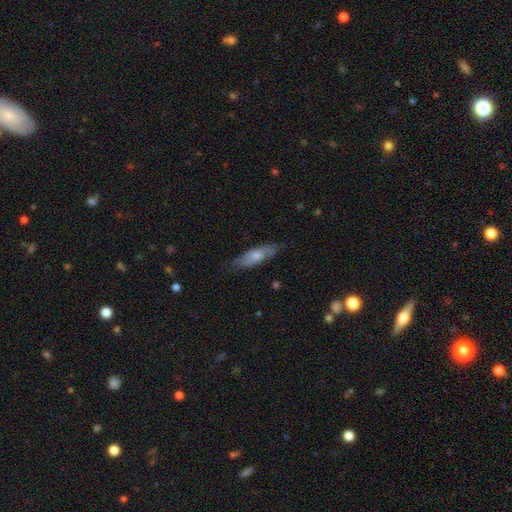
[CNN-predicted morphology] smooth-or-featured: smooth: 59% | featured or disk: 35% | star or artifact: 6%
  how-rounded: in between: 51% | cigar-shaped: 47% | round: 2%
  merging: none: 70% | minor disturbance: 23% | major disturbance: 6% | merger: 2%